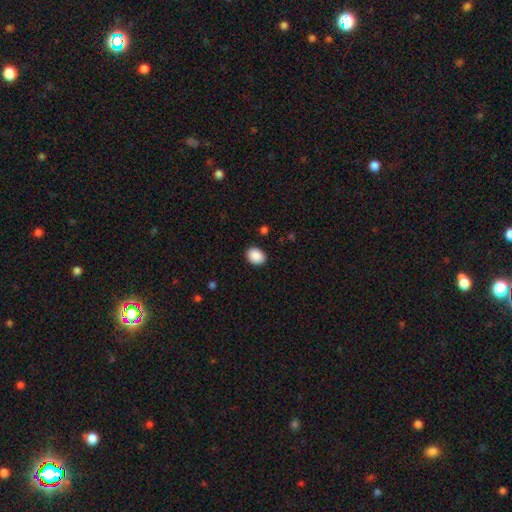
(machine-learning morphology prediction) Overall: smooth (90%). How rounded: in between (60%; round 39%). Merging: none (90%).